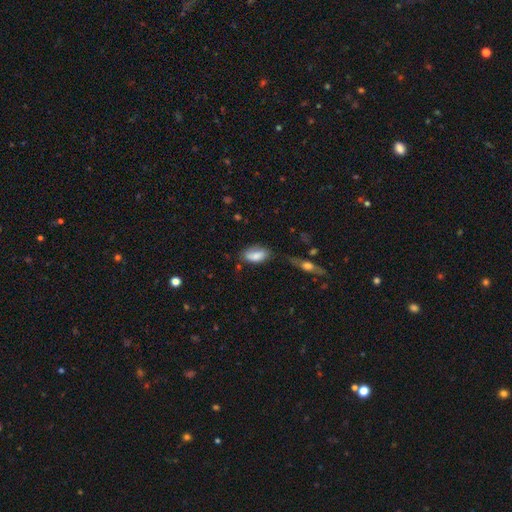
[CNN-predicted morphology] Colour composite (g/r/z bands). It shows a smooth galaxy with no disk features (79%) that is in between round and cigar-shaped (91%). Merging: none (57%).